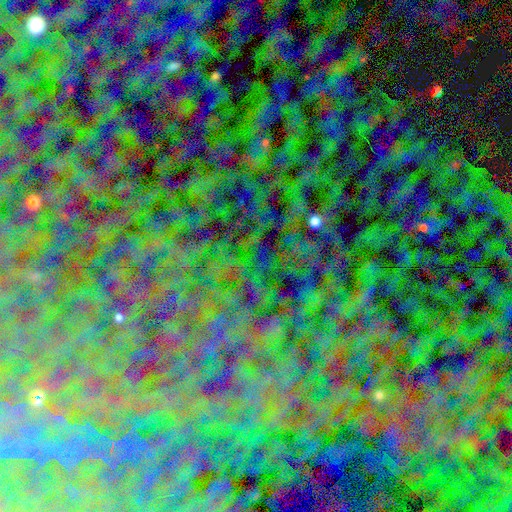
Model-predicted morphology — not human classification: The model was most divided on "smooth or featured": star or artifact: 81%, smooth: 11%, featured or disk: 8%.